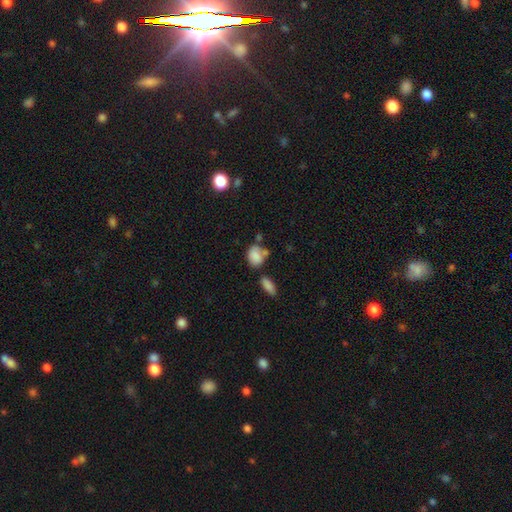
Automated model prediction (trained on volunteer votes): Smooth or featured? smooth (82%)
How rounded? in between (69%)
Merging? none (47%)